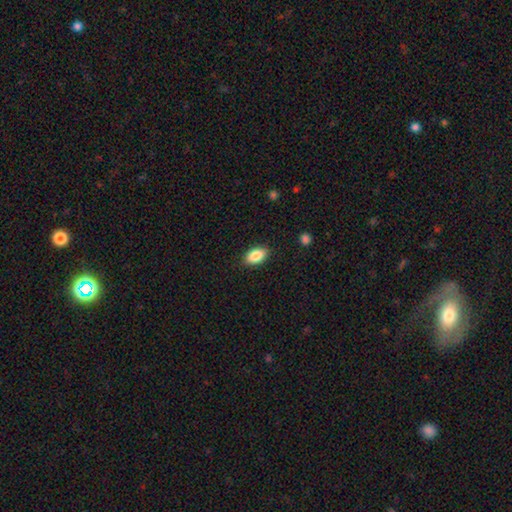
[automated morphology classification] Smooth or featured: smooth — 86% (star or artifact — 7%)
How rounded: in between — 92% (round — 5%)
Merging: none — 88% (minor disturbance — 9%)